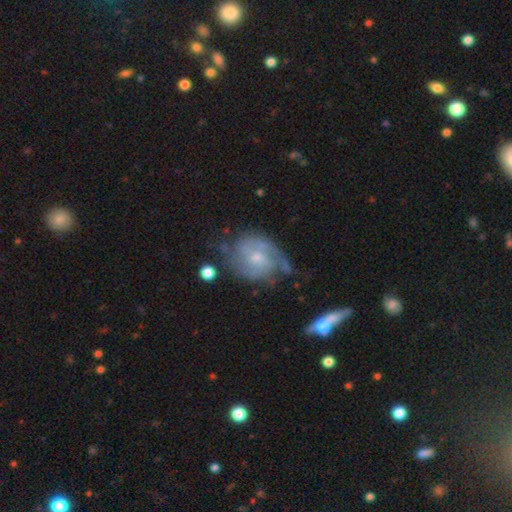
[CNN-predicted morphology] smooth-or-featured: featured or disk: 82% | smooth: 12% | star or artifact: 6%
  disk-edge-on: no: 97% | yes: 3%
    bar: no: 58% | weak: 36% | strong: 6%
    has-spiral-arms: yes: 94% | no: 6%
      spiral-winding: tight: 43% | medium: 42% | loose: 15%
      spiral-arm-count: 2: 56% | can't tell: 19% | 3: 12% | 1: 6% | 4: 4% | more than 4: 3%
    bulge-size: small: 58% | moderate: 35% | none: 4% | large: 2% | dominant: 1%
  merging: none: 60% | minor disturbance: 24% | major disturbance: 12% | merger: 4%